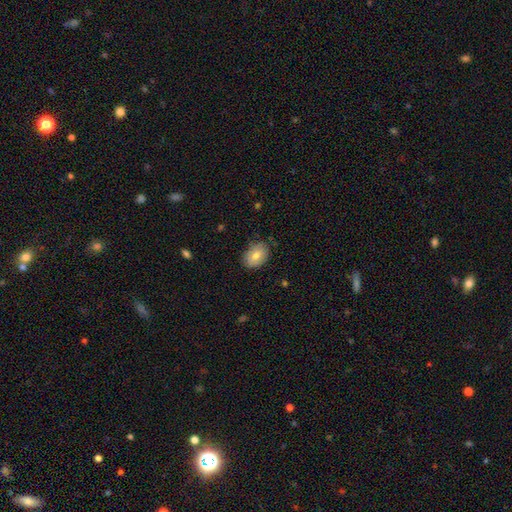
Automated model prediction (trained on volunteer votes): Smooth or featured: smooth — 73% (featured or disk — 20%)
How rounded: in between — 81% (round — 18%)
Merging: none — 80% (minor disturbance — 16%)